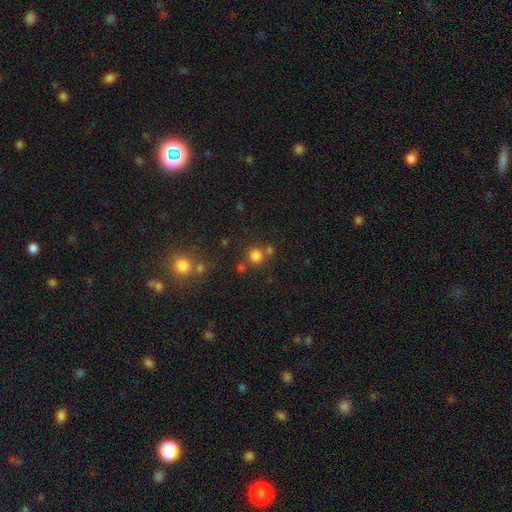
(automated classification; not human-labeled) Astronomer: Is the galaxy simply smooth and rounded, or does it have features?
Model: smooth — 77%.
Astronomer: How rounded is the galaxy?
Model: round — 90%.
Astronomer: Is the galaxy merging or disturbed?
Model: none — 70%.